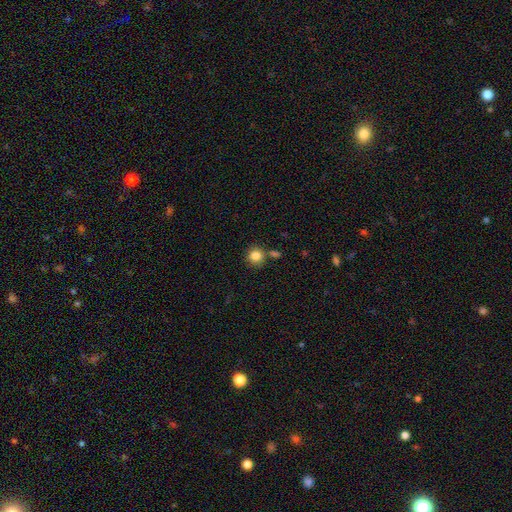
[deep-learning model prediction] The model was most divided on "merging": none: 76%, merger: 11%, minor disturbance: 10%, major disturbance: 3%. More confident: how rounded — round (90%); smooth or featured — smooth (83%).